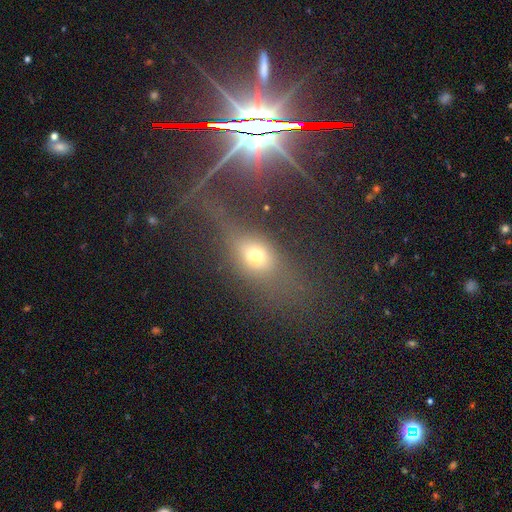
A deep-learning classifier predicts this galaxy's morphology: This is possibly a smooth galaxy (54%). How rounded: possibly in between (58%). Merging: possibly none (53%).